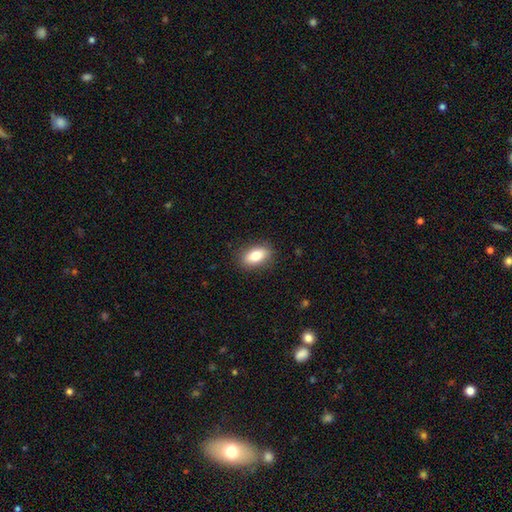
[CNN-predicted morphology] This appears to be a smooth galaxy with no disk features (81%) that is in between round and cigar-shaped (86%). Merging: none (87%).